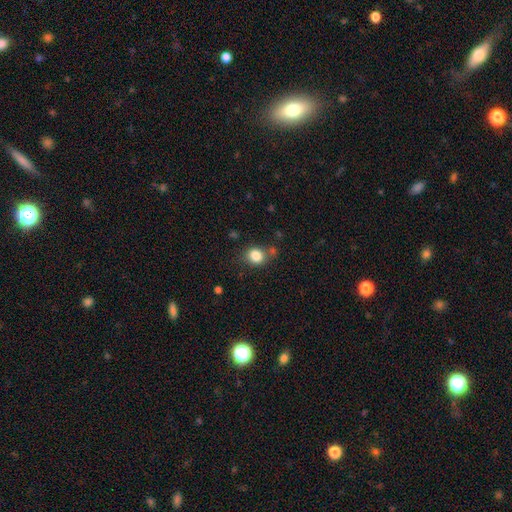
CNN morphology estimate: smooth_or_featured: smooth (p=0.84) [alt: star or artifact p=0.10]
how_rounded: round (p=0.66) [alt: in between p=0.33]
merging: none (p=0.71) [alt: minor disturbance p=0.16]